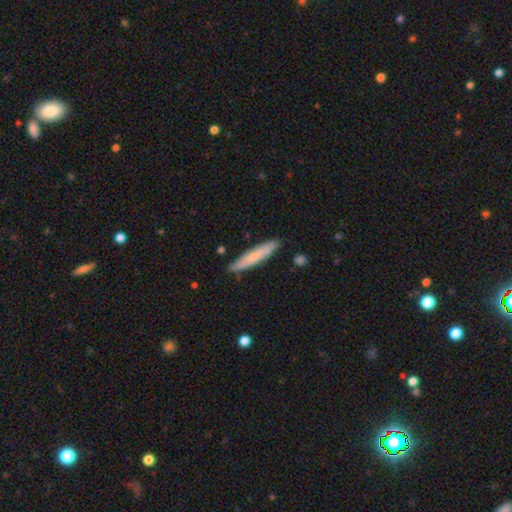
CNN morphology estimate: smooth_or_featured: smooth (p=0.70) [alt: featured or disk p=0.25]
how_rounded: cigar-shaped (p=0.91) [alt: in between p=0.08]
merging: none (p=0.87) [alt: minor disturbance p=0.10]